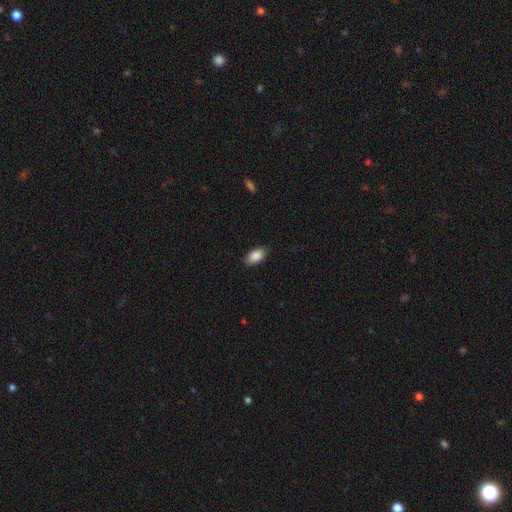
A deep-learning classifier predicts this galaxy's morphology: Smooth or featured? Predicted: smooth (p=0.87). How rounded? Predicted: in between (p=0.93). Merging? Predicted: none (p=0.86).